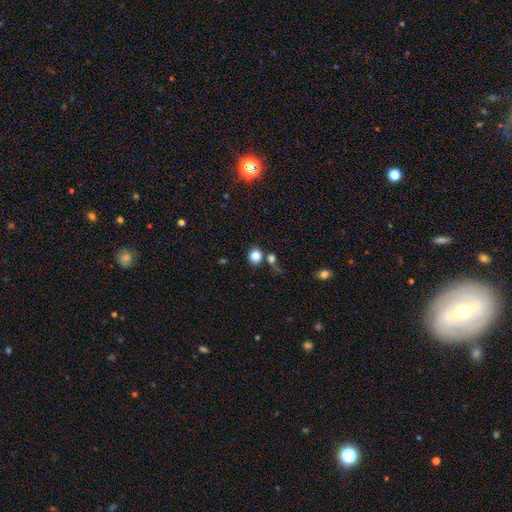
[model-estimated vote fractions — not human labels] The model was most divided on "merging": none: 71%, merger: 15%, minor disturbance: 10%, major disturbance: 4%. More confident: how rounded — round (84%); smooth or featured — smooth (83%).